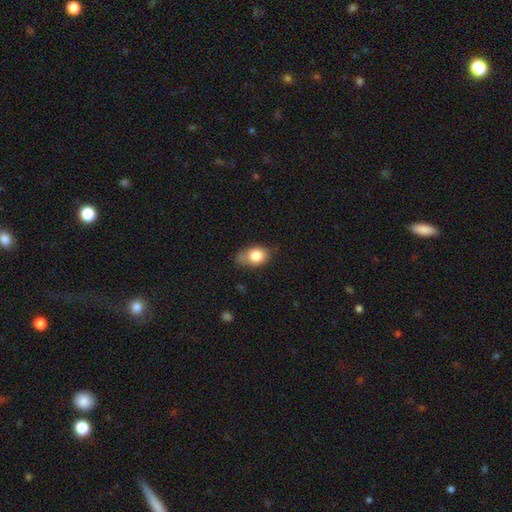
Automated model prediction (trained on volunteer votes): Smooth or featured? Predicted: smooth (p=0.80). How rounded? Predicted: in between (p=0.78). Merging? Predicted: none (p=0.52).